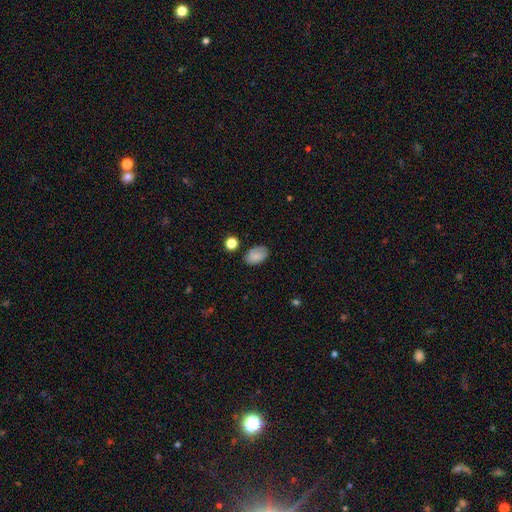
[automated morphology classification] This appears to be a smooth galaxy with no disk features (78%) that is in between round and cigar-shaped (88%). Merging: none (77%).